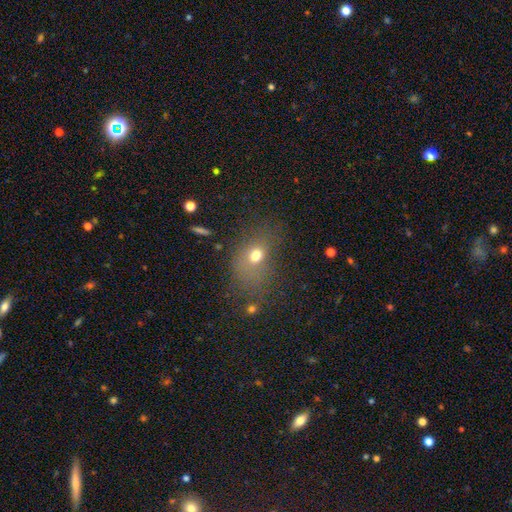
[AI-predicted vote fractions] This is likely a smooth galaxy (68%). How rounded: likely in between (62%). Merging: possibly none (56%).